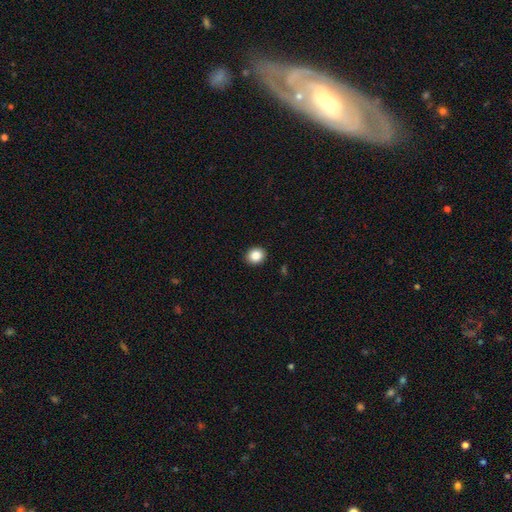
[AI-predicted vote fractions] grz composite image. It shows a smooth galaxy with no disk features (87%) that is round (64%). Merging: none (91%).